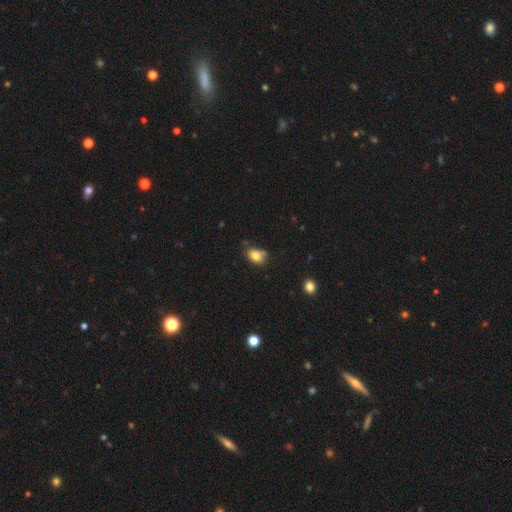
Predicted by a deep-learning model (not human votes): smooth-or-featured: smooth: 78% | featured or disk: 11% | star or artifact: 10%
  how-rounded: in between: 76% | round: 22% | cigar-shaped: 2%
  merging: none: 52% | minor disturbance: 31% | merger: 9% | major disturbance: 8%